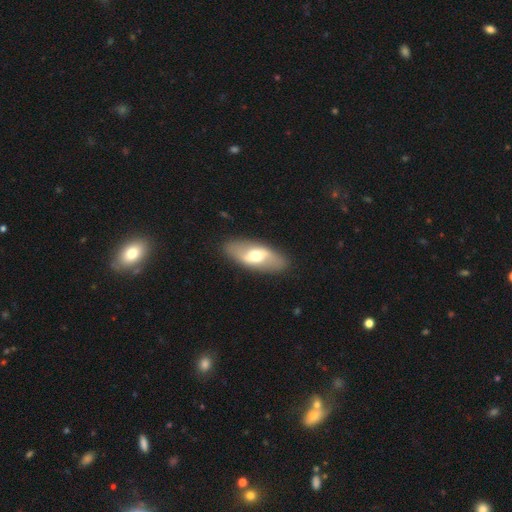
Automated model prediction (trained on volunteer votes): Morphology: type=featured or disk (62%); edge-on=no (85%); bar=weak (41%); spiral arms=yes (61%); bulge=moderate (68%); merging=none (88%).